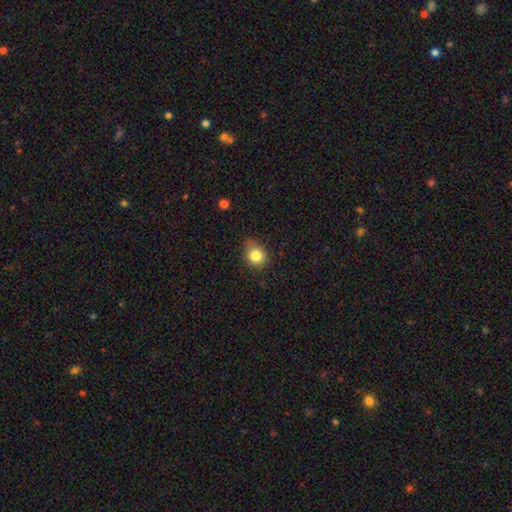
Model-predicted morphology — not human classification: A smooth galaxy with no disk features (83%) that is round (73%).

Vote fractions:
- Smooth or featured? smooth: 83% / star or artifact: 11% / featured or disk: 7%
- How rounded? round: 73% / in between: 26% / cigar-shaped: 1%
- Merging? none: 68% / minor disturbance: 26% / major disturbance: 5% / merger: 2%